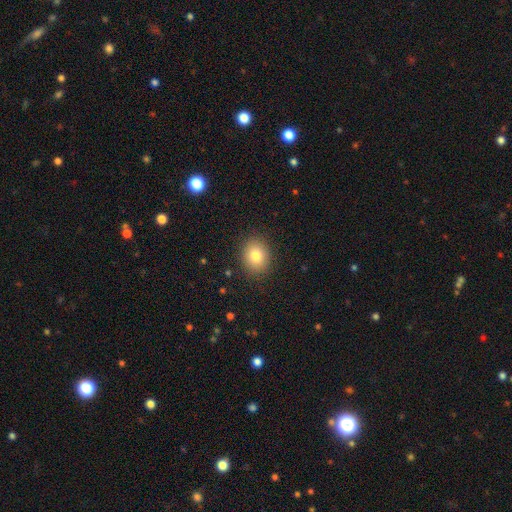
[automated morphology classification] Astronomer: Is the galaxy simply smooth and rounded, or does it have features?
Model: smooth — 80%.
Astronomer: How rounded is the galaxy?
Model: round — 60% (runner-up: in between, 39%).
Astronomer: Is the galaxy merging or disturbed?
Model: none — 88%.